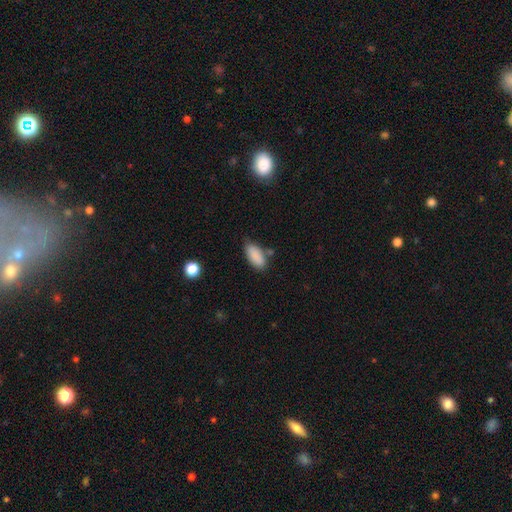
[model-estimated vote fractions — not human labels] Smooth or featured? Predicted: smooth (p=0.88). How rounded? Predicted: in between (p=0.88). Merging? Predicted: none (p=0.66).